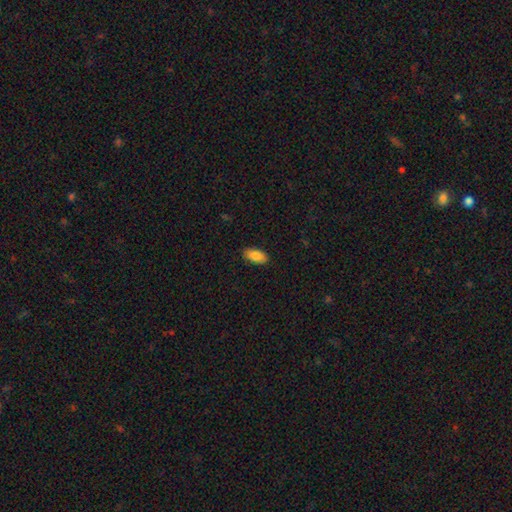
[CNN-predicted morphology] smooth_or_featured: smooth (p=0.88) [alt: star or artifact p=0.07]
how_rounded: in between (p=0.93) [alt: cigar-shaped p=0.05]
merging: none (p=0.89) [alt: minor disturbance p=0.08]